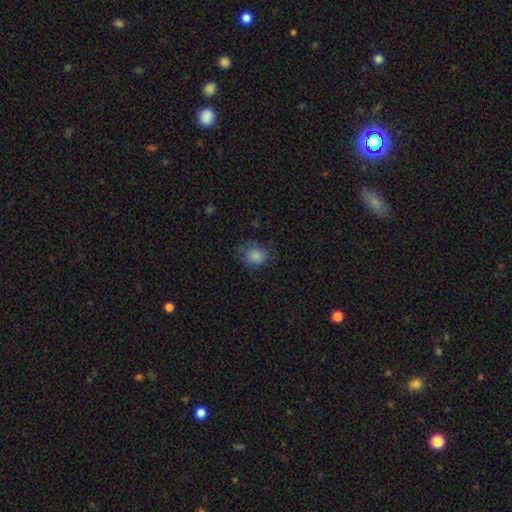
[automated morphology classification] type=smooth (83%); roundness=round (70%); merging=none (68%).